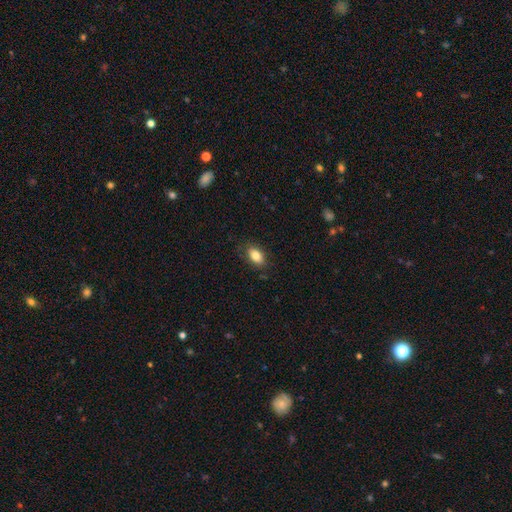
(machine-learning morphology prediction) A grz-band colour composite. It shows a smooth galaxy with no disk features (84%) that is in between round and cigar-shaped (89%). Merging: none (84%).